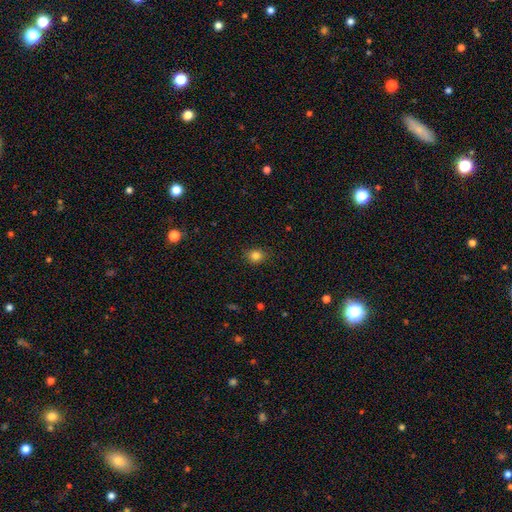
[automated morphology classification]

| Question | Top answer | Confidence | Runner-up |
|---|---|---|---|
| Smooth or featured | smooth | 82% | star or artifact (13%) |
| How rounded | round | 71% | in between (28%) |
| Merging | none | 87% | minor disturbance (10%) |